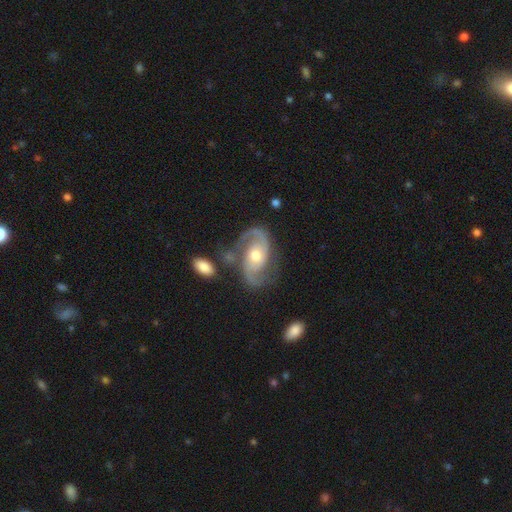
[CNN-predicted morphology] A featured or disk galaxy (91%) with no bar (59%), 2 (92%) medium (57%) spiral arms (98%) and a moderate central bulge (73%).

Vote fractions:
- Smooth or featured? featured or disk: 91% / smooth: 4% / star or artifact: 4%
- Edge-on disk? no: 97% / yes: 3%
- Bar? no: 59% / weak: 32% / strong: 10%
- Spiral arms? yes: 98% / no: 2%
- Spiral winding? medium: 57% / tight: 23% / loose: 20%
- Spiral arm count? 2: 92% / can't tell: 2% / 3: 2% / 1: 2% / 4: 1% / more than 4: 1%
- Bulge size? moderate: 73% / small: 18% / large: 7% / none: 1% / dominant: 1%
- Merging? none: 71% / minor disturbance: 16% / major disturbance: 7% / merger: 6%